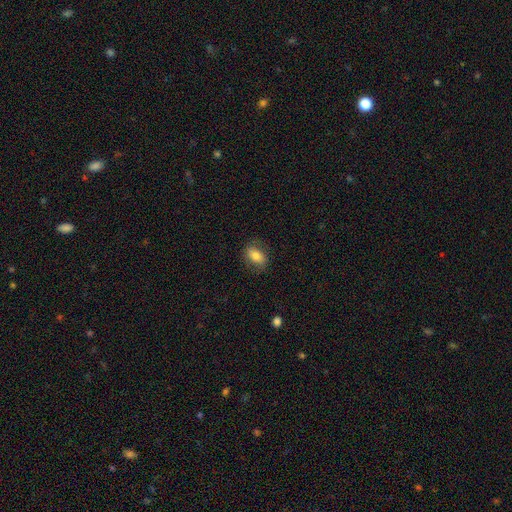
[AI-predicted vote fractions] Smooth or featured? Predicted: smooth (p=0.73). How rounded? Predicted: in between (p=0.82). Merging? Predicted: none (p=0.77).